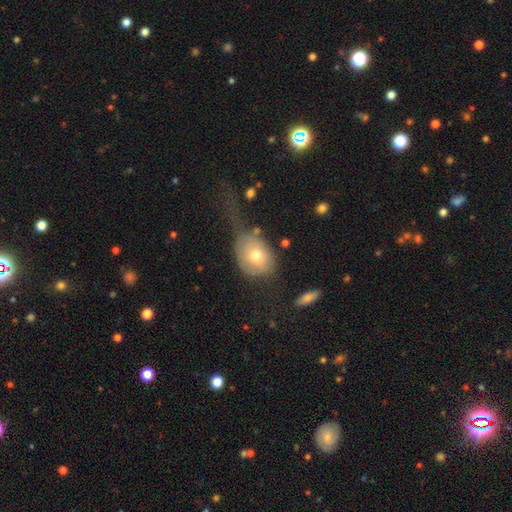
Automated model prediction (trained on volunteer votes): Smooth or featured: smooth — 66% (featured or disk — 26%)
How rounded: in between — 64% (round — 34%)
Merging: major disturbance — 47% (none — 25%)